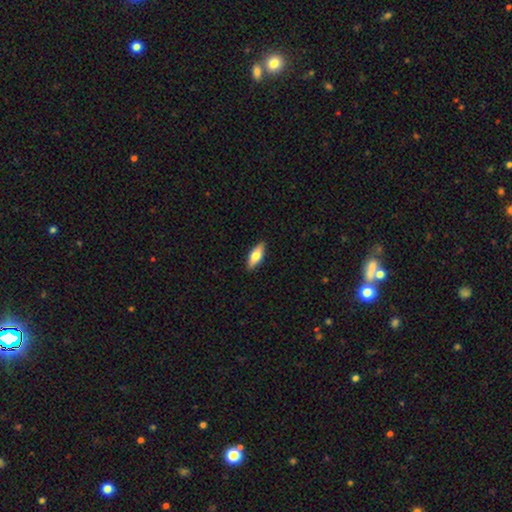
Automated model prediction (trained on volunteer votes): Morphology: type=smooth (66%); roundness=in between (70%); merging=none (89%).